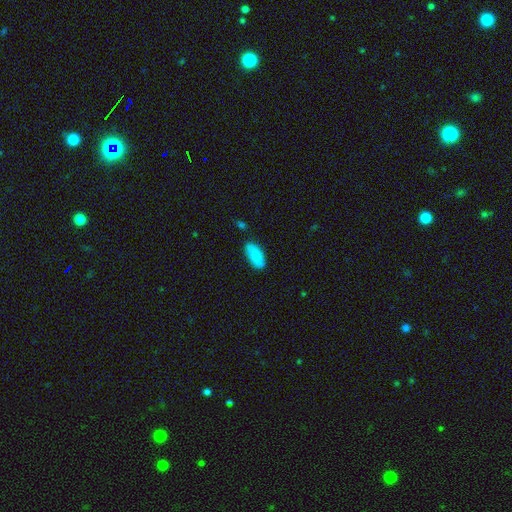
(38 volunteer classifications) Smooth or featured? 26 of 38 (68%) said smooth. How rounded? 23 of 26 (88%) said in between. Merging? 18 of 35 (51%) said none.